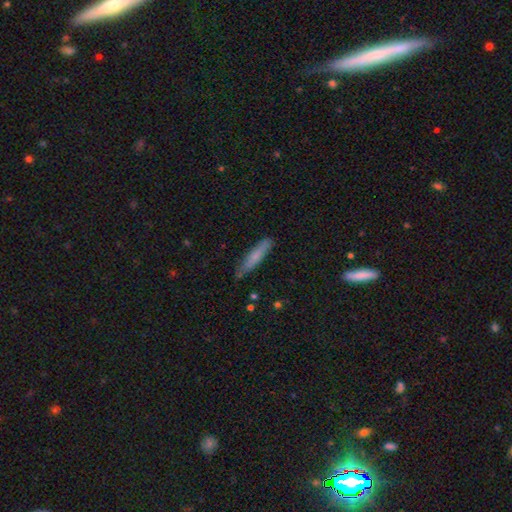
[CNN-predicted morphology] smooth-or-featured: smooth: 70% | featured or disk: 24% | star or artifact: 6%
  how-rounded: cigar-shaped: 89% | in between: 10% | round: 1%
  merging: none: 78% | minor disturbance: 17% | major disturbance: 3% | merger: 2%